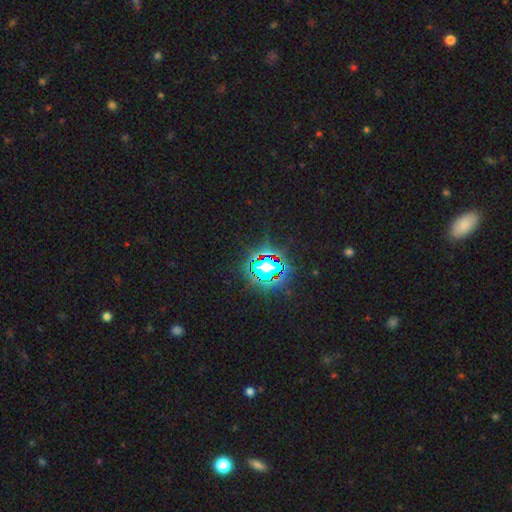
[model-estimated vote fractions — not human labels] Smooth or featured? Predicted: star or artifact (p=0.82).